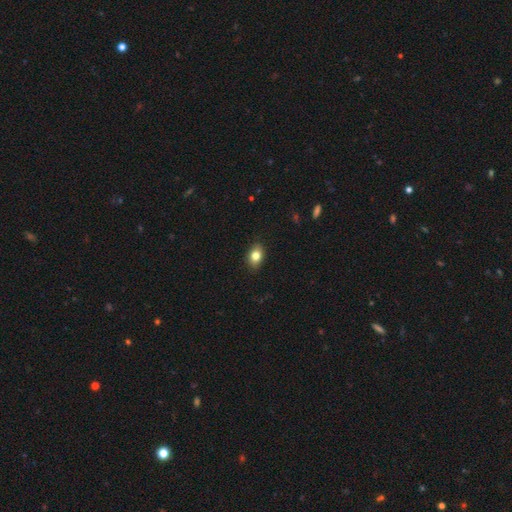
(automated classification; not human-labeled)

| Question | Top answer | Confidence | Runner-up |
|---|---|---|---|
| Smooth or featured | smooth | 81% | featured or disk (10%) |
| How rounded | in between | 79% | round (20%) |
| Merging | none | 88% | minor disturbance (9%) |